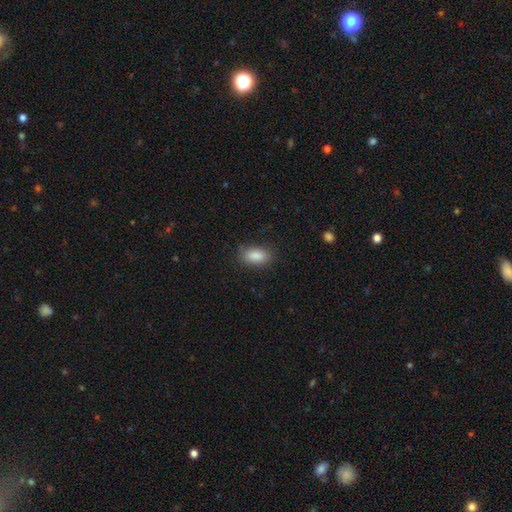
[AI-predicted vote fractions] This appears to be a smooth galaxy with no disk features (87%) that is in between round and cigar-shaped (90%). Merging: none (80%).